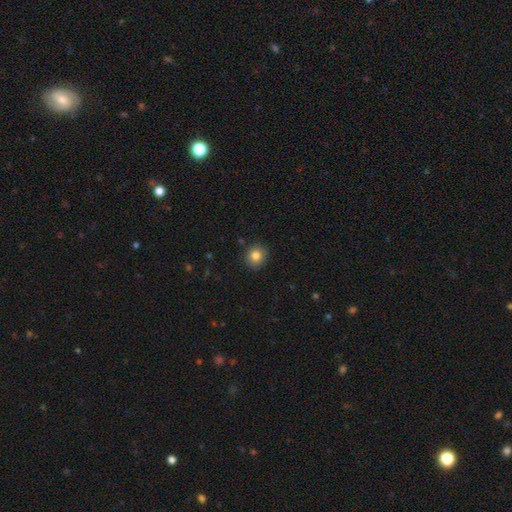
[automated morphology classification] smooth-or-featured: smooth: 82% | star or artifact: 10% | featured or disk: 8%
  how-rounded: round: 86% | in between: 13% | cigar-shaped: 1%
  merging: none: 90% | minor disturbance: 7% | major disturbance: 2% | merger: 1%